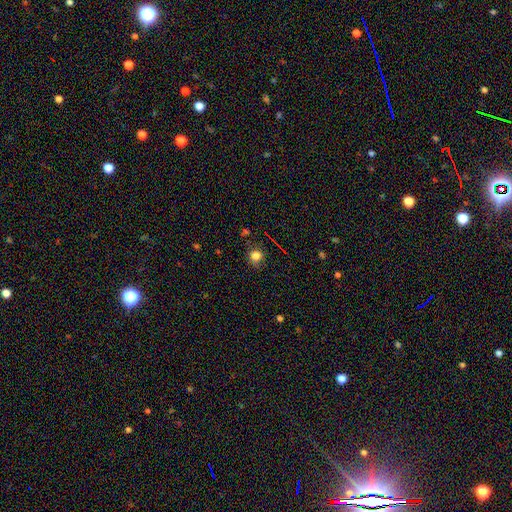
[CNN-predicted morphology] type=smooth (79%); roundness=round (85%); merging=none (77%).